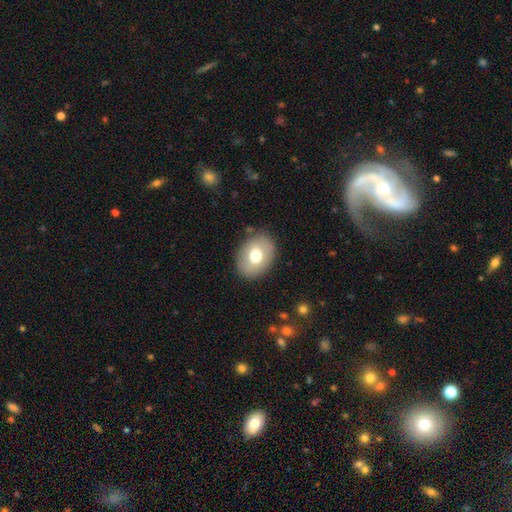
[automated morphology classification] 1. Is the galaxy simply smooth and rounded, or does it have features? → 70% smooth, 23% featured or disk, 7% star or artifact.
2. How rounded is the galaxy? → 70% in between, 29% round, 1% cigar-shaped.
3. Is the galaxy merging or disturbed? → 85% none, 10% minor disturbance, 3% major disturbance, 1% merger.